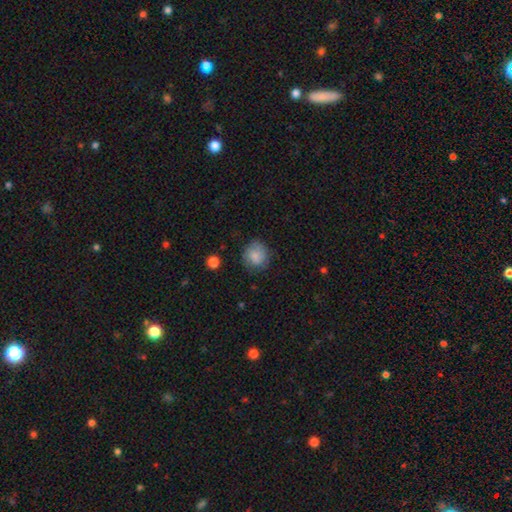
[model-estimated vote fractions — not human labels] Smooth or featured? smooth (80%)
How rounded? round (79%)
Merging? none (73%)